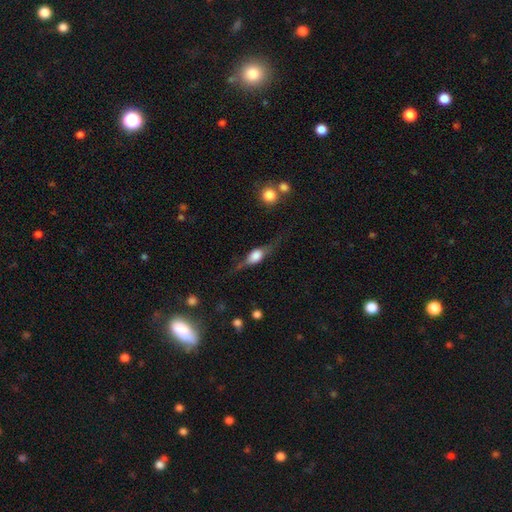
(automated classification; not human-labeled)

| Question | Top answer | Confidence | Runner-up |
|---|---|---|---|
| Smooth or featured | featured or disk | 65% | smooth (28%) |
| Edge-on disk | yes | 93% | no (7%) |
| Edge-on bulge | rounded | 87% | boxy (11%) |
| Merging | none | 71% | minor disturbance (18%) |